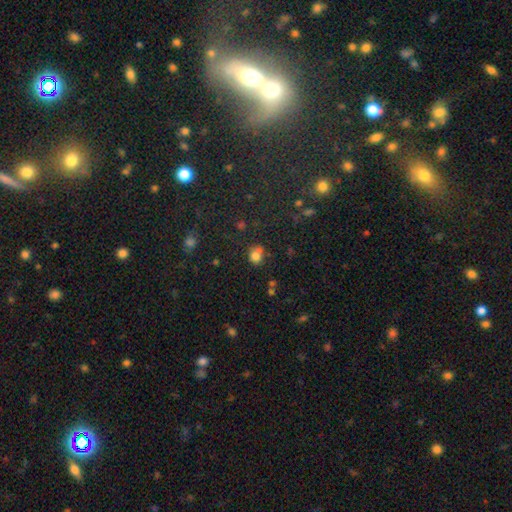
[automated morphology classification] A smooth galaxy with no disk features (78%) that is round (67%). Merging: none (53%).